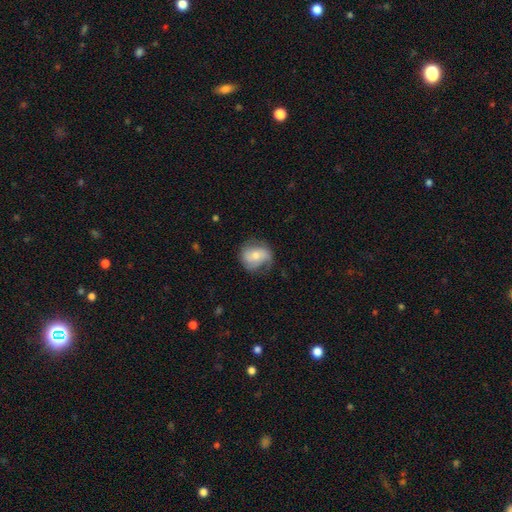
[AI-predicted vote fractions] Smooth or featured? Predicted: smooth (p=0.53). How rounded? Predicted: round (p=0.63). Merging? Predicted: none (p=0.61).